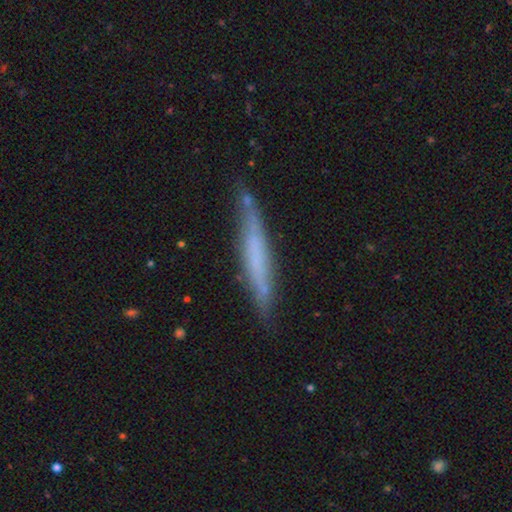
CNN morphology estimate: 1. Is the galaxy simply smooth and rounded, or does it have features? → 51% featured or disk, 41% smooth, 7% star or artifact.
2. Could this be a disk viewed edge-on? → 92% yes, 8% no.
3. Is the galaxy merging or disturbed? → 77% none, 17% minor disturbance, 3% major disturbance, 2% merger.